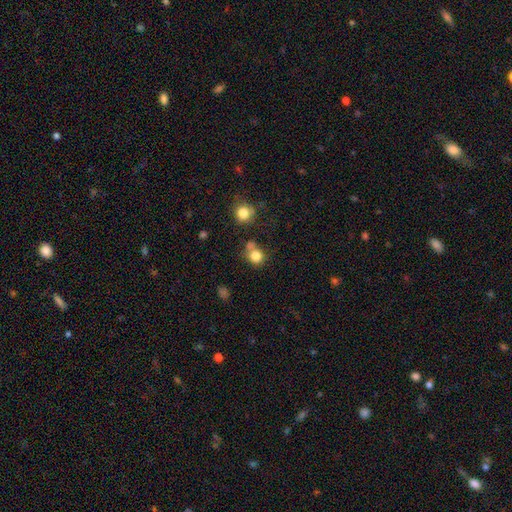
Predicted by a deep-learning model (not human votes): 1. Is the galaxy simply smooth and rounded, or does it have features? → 81% smooth, 12% star or artifact, 7% featured or disk.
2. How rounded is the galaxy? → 83% round, 16% in between, 1% cigar-shaped.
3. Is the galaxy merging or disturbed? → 56% none, 24% merger, 14% minor disturbance, 6% major disturbance.